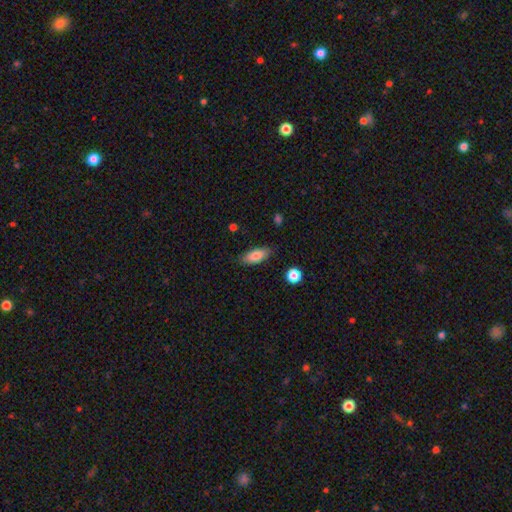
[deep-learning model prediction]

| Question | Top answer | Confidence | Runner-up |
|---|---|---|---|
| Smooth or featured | smooth | 80% | featured or disk (13%) |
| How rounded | in between | 78% | cigar-shaped (19%) |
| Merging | none | 83% | minor disturbance (13%) |